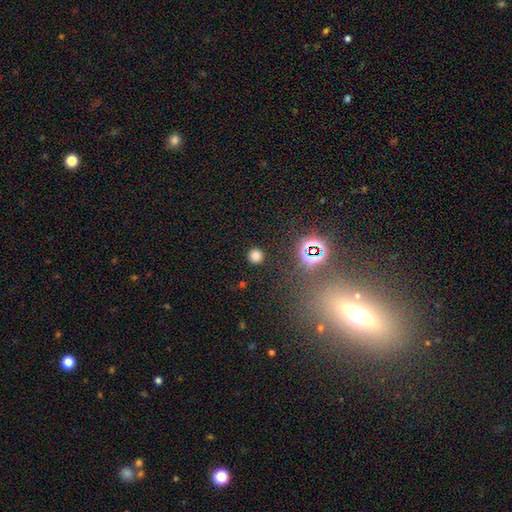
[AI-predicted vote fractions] A smooth galaxy with no disk features (75%) that is round (94%).

Vote fractions:
- Smooth or featured? smooth: 75% / star or artifact: 20% / featured or disk: 5%
- How rounded? round: 94% / in between: 5% / cigar-shaped: 1%
- Merging? none: 91% / minor disturbance: 5% / major disturbance: 2% / merger: 2%